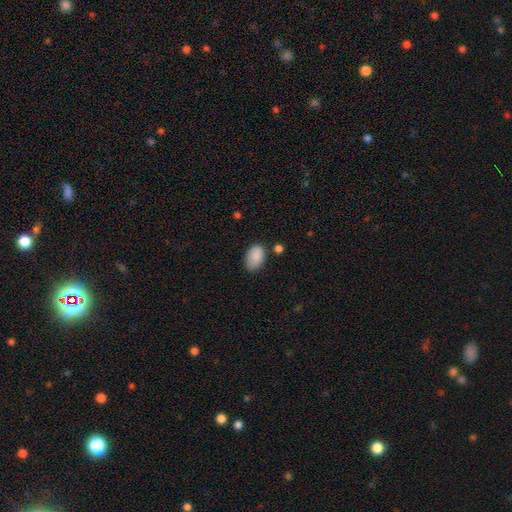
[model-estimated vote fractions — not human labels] A smooth galaxy with no disk features (88%) that is in between round and cigar-shaped (90%). Merging: none (71%).